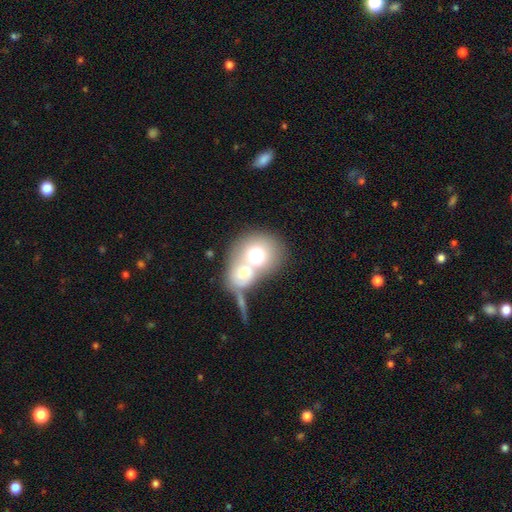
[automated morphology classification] Smooth or featured? Predicted: smooth (p=0.66). How rounded? Predicted: round (p=0.70). Merging? Predicted: merger (p=0.55).